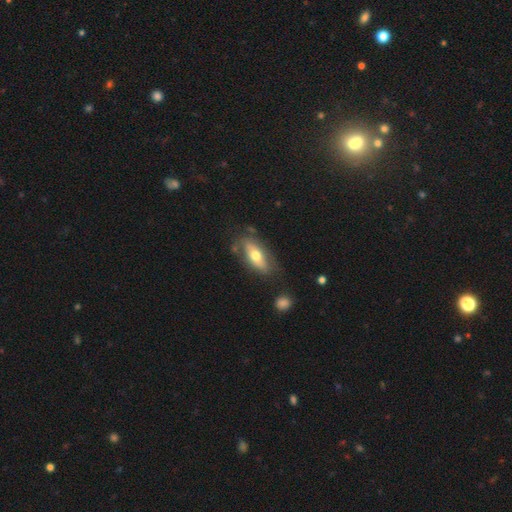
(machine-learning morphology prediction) type=smooth (52%); roundness=in between (76%); merging=none (69%).